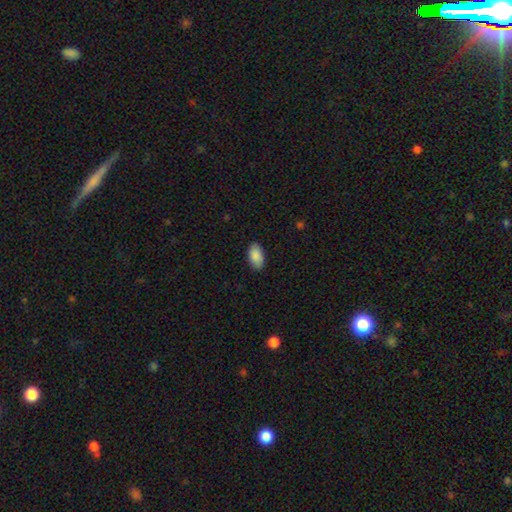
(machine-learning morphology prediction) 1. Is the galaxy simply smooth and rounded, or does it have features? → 90% smooth, 6% star or artifact, 4% featured or disk.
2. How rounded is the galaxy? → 95% in between, 3% round, 2% cigar-shaped.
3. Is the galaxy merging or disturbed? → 88% none, 9% minor disturbance, 2% major disturbance, 1% merger.